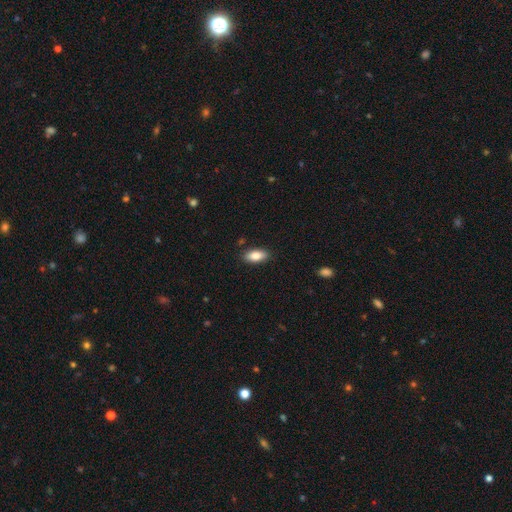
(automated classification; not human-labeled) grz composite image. It shows a smooth galaxy with no disk features (82%) that is in between round and cigar-shaped (87%). Merging: none (88%).